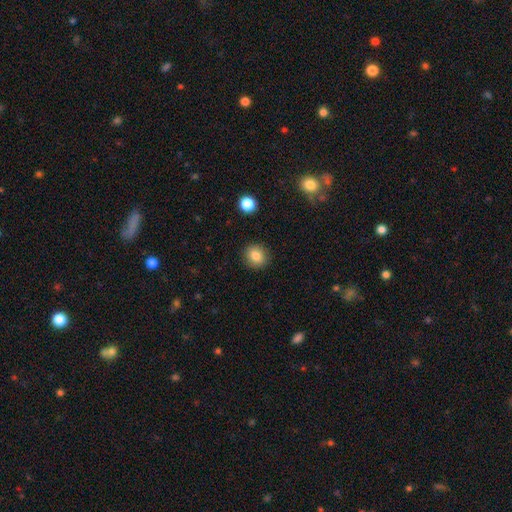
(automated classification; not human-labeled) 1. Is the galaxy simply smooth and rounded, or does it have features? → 83% smooth, 10% star or artifact, 7% featured or disk.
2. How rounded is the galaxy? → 86% round, 13% in between, 1% cigar-shaped.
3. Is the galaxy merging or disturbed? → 90% none, 6% minor disturbance, 2% major disturbance, 1% merger.